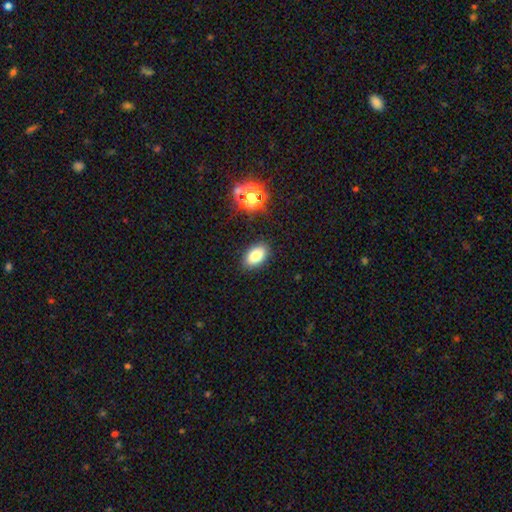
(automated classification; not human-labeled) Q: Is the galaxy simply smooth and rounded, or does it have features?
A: smooth — 81%.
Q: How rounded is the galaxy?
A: in between — 88%.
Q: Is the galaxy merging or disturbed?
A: none — 87%.